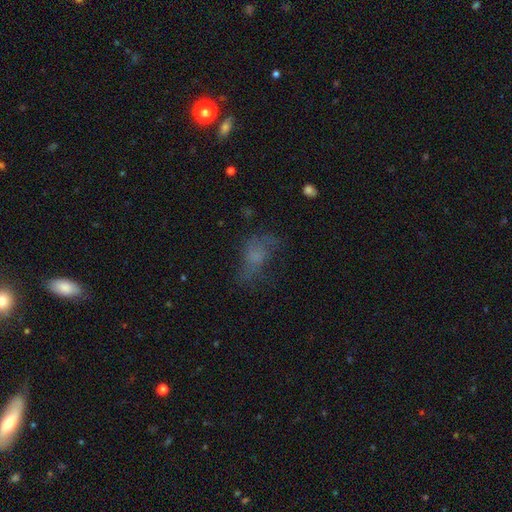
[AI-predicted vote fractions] The model was most divided on "merging": none: 43%, major disturbance: 31%, minor disturbance: 23%, merger: 3%. Remaining: smooth or featured — smooth (48%).